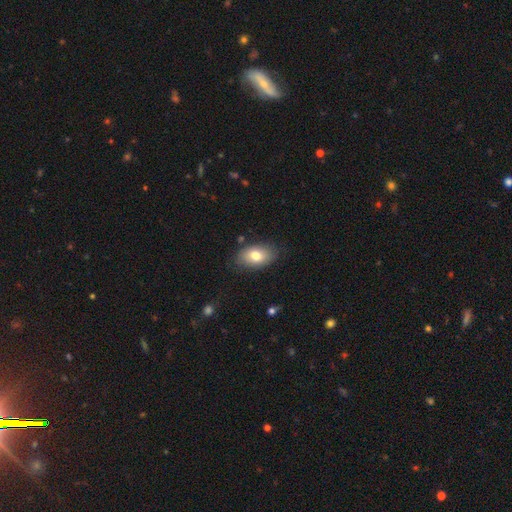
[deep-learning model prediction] Smooth or featured? smooth (78%)
How rounded? in between (90%)
Merging? none (79%)